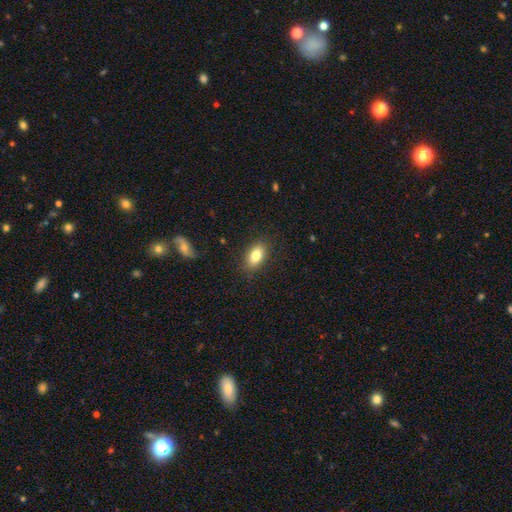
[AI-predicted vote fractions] This is clearly a smooth galaxy (80%). How rounded: clearly in between (89%). Merging: clearly none (86%).